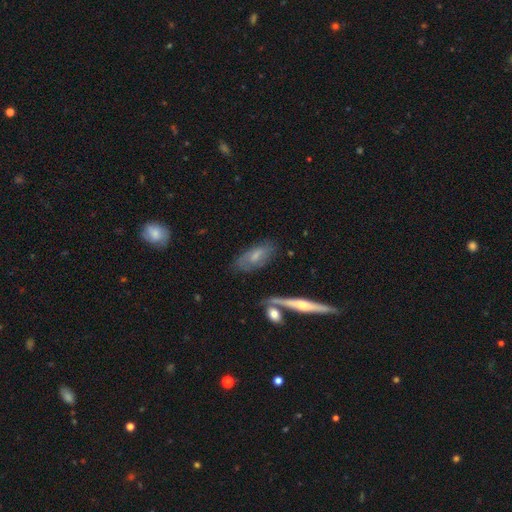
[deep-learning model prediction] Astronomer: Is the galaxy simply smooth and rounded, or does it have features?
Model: smooth — 52% (runner-up: featured or disk, 40%).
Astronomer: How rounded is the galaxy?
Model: in between — 78%.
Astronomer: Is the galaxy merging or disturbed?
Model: none — 68%.